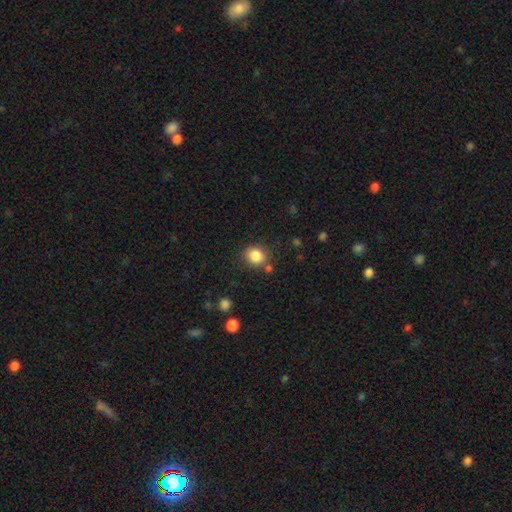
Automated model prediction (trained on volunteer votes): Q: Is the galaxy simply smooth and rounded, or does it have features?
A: smooth — 85%.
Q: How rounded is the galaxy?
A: round — 74%.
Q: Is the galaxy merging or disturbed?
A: none — 78%.